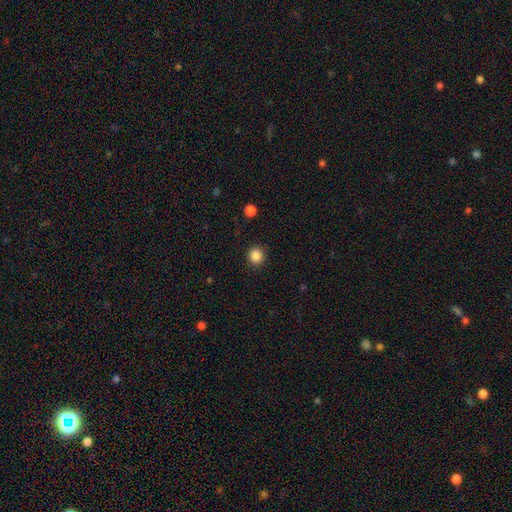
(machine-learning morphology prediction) smooth 86%, star or artifact 11%, featured or disk 3%. Down the decision tree: how rounded — round (88%); merging — none (90%).